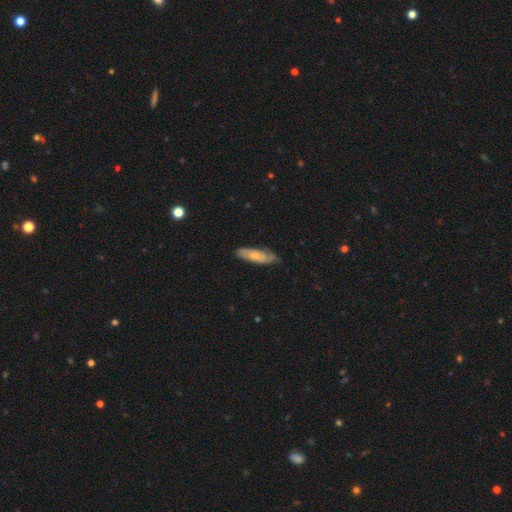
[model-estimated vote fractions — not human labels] featured or disk 47% (tied), smooth 47% (tied), star or artifact 6%. Down the decision tree: merging — none (65%).